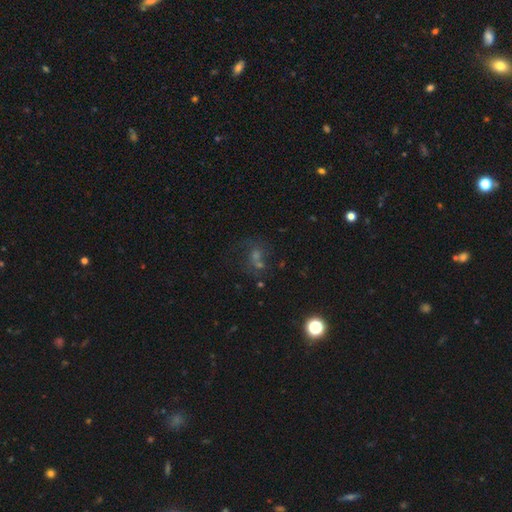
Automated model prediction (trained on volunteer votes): smooth_or_featured: star or artifact (p=0.42) [alt: smooth p=0.31]